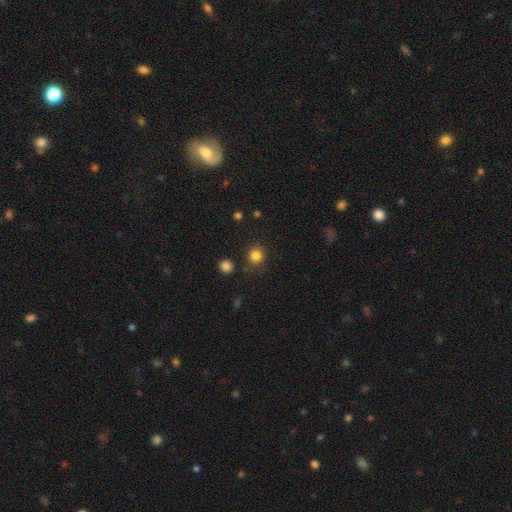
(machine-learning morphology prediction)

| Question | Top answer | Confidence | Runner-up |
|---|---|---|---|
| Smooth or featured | smooth | 83% | star or artifact (13%) |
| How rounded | round | 89% | in between (10%) |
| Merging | none | 83% | minor disturbance (9%) |